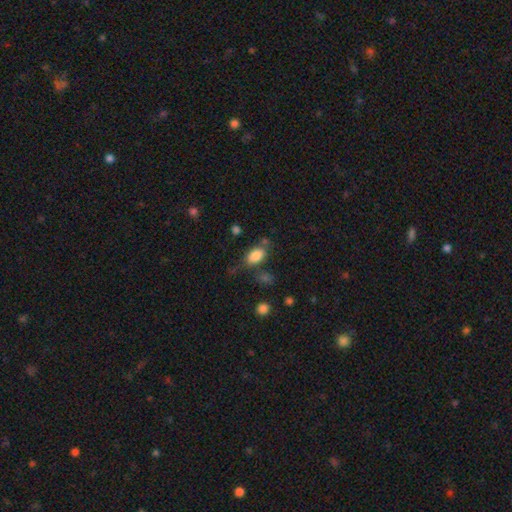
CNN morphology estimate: A smooth galaxy with no disk features (85%) that is in between round and cigar-shaped (89%).

Vote fractions:
- Smooth or featured? smooth: 85% / star or artifact: 9% / featured or disk: 7%
- How rounded? in between: 89% / round: 9% / cigar-shaped: 2%
- Merging? none: 66% / minor disturbance: 18% / merger: 9% / major disturbance: 7%